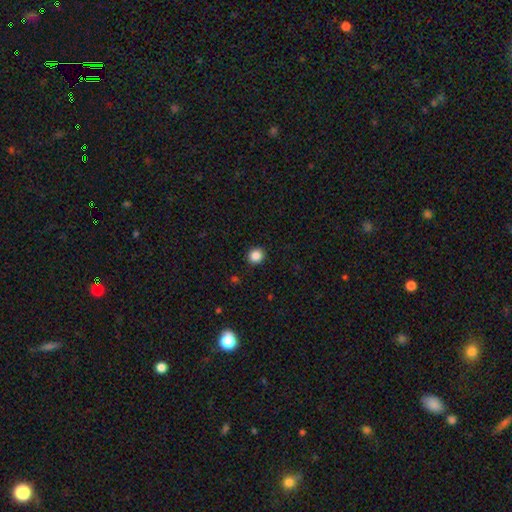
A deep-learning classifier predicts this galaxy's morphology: This is clearly a smooth galaxy (86%). How rounded: clearly round (86%). Merging: clearly none (92%).